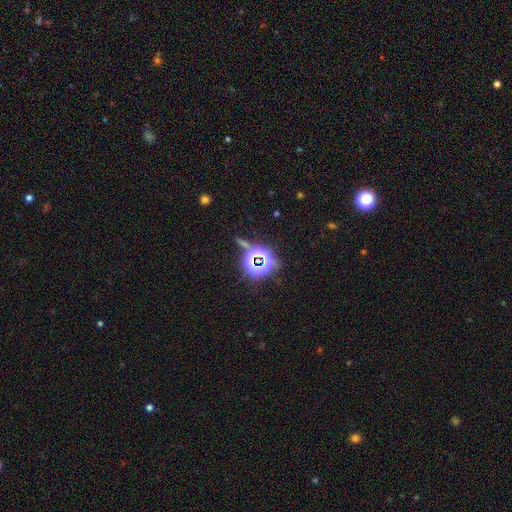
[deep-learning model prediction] Smooth or featured: star or artifact — 81% (smooth — 11%)